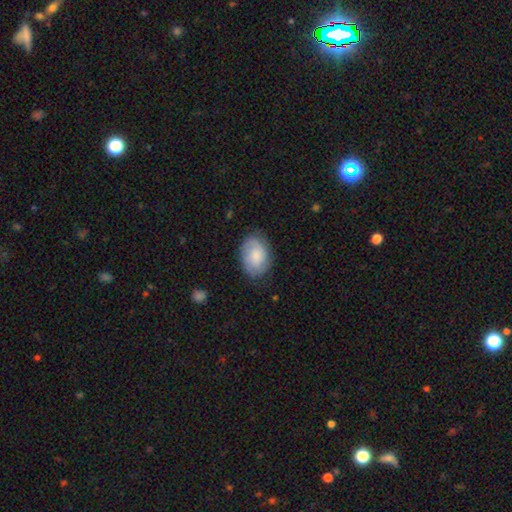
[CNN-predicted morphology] smooth 57%, featured or disk 36%, star or artifact 7%. Down the decision tree: how rounded — in between (79%); merging — none (75%).